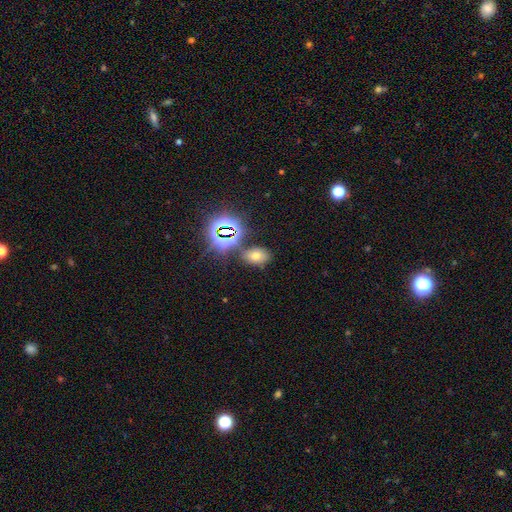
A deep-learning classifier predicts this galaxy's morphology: Smooth or featured? smooth (56%)
How rounded? in between (83%)
Merging? none (76%)